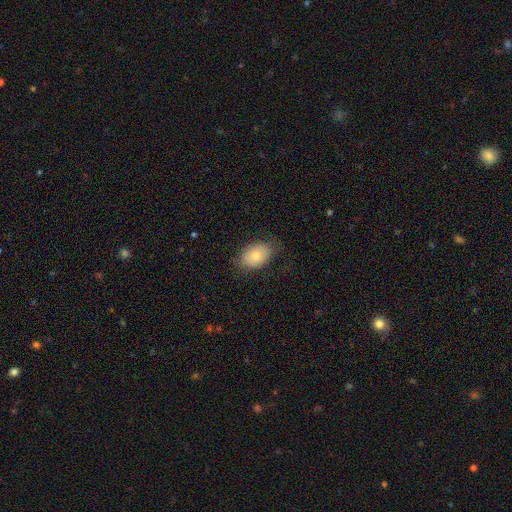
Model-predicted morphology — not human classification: smooth_or_featured: smooth (p=0.78) [alt: featured or disk p=0.15]
how_rounded: in between (p=0.83) [alt: round p=0.15]
merging: none (p=0.72) [alt: minor disturbance p=0.20]